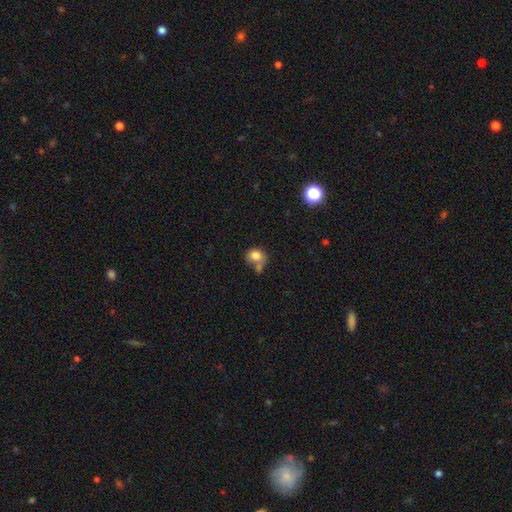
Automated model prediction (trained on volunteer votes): smooth 80%, featured or disk 10%, star or artifact 10%. Down the decision tree: how rounded — round (65%); merging — none (40%).